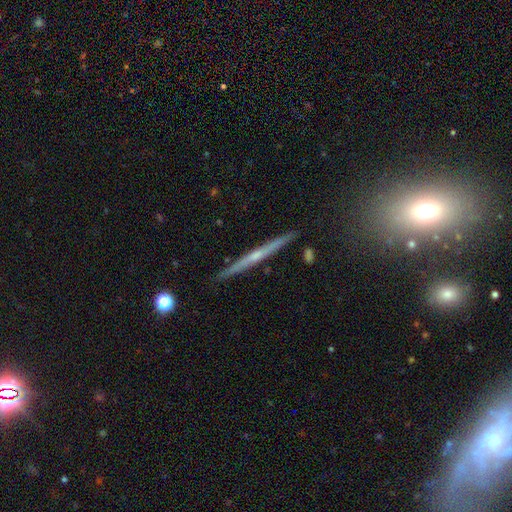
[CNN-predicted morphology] The model was most divided on "edge-on bulge": rounded: 62%, none: 33%, boxy: 5%. More confident: edge-on disk — yes (98%); merging — none (90%); smooth or featured — featured or disk (74%).